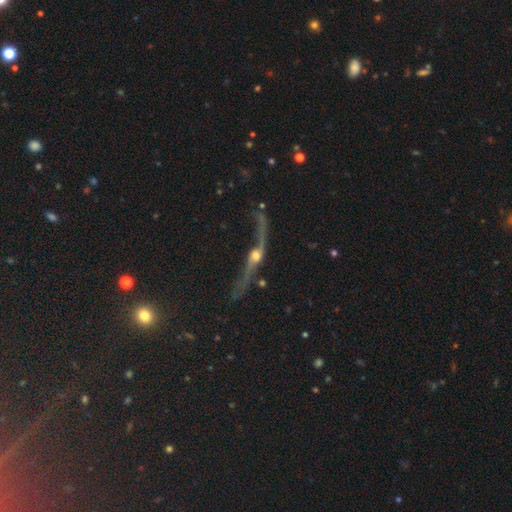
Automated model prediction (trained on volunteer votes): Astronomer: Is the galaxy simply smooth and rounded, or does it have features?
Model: featured or disk — 83%.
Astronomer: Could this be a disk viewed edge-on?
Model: yes — 52% (runner-up: no, 48%).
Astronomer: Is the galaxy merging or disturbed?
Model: none — 52%.